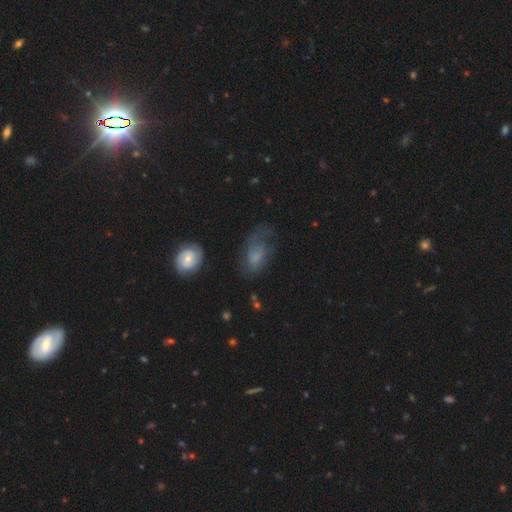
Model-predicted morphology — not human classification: A smooth galaxy with no disk features (47%). Merging: none (37%).